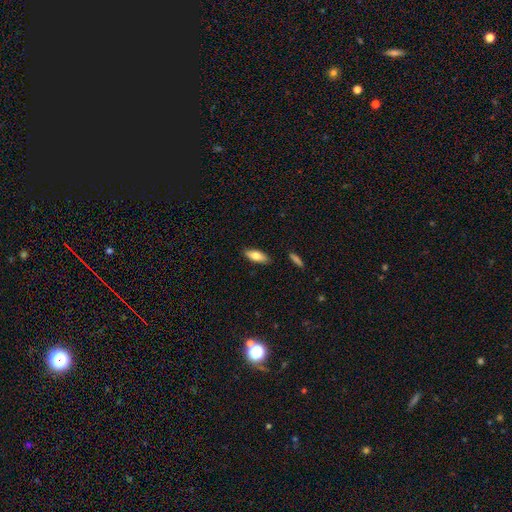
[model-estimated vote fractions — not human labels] Smooth or featured? smooth (78%)
How rounded? in between (71%)
Merging? none (86%)